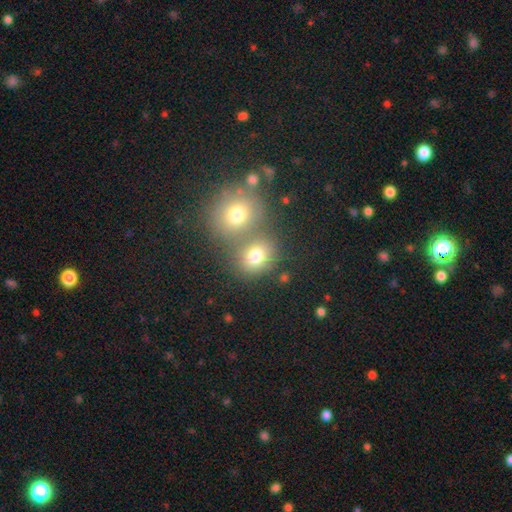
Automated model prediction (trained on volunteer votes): A smooth galaxy with no disk features (76%) that is round (73%). Merging: merger (45%).